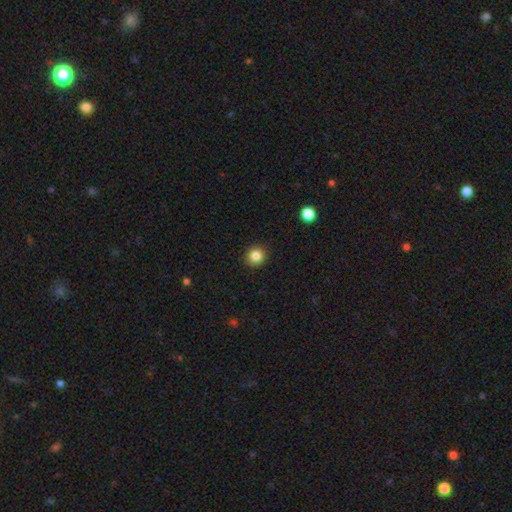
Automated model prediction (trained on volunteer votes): smooth_or_featured: smooth (p=0.85) [alt: star or artifact p=0.11]
how_rounded: round (p=0.91) [alt: in between p=0.08]
merging: none (p=0.91) [alt: minor disturbance p=0.06]